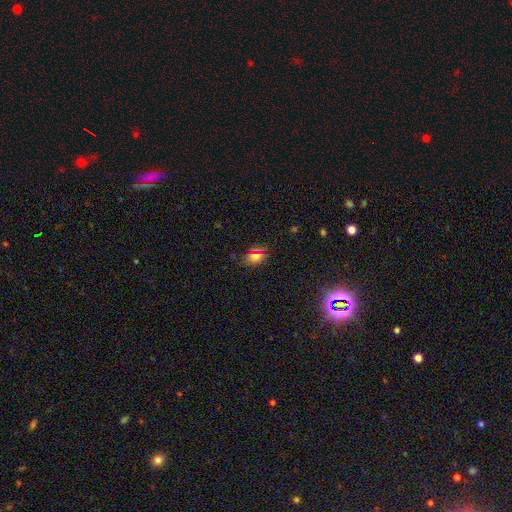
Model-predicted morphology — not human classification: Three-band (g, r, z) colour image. It shows a smooth galaxy with no disk features (68%) that is in between round and cigar-shaped (73%). Merging: none (81%).